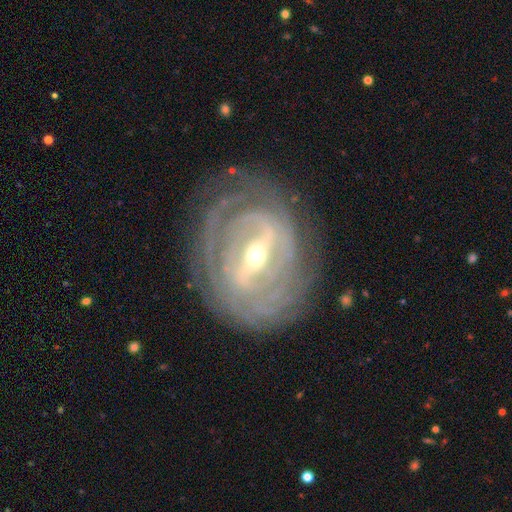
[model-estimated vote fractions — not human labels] Smooth or featured? featured or disk (88%)
Edge-on disk? no (93%)
Bar? strong (69%)
Spiral arms? yes (86%)
Spiral winding? tight (78%)
Spiral arm count? can't tell (45%)
Bulge size? moderate (49%)
Merging? none (77%)